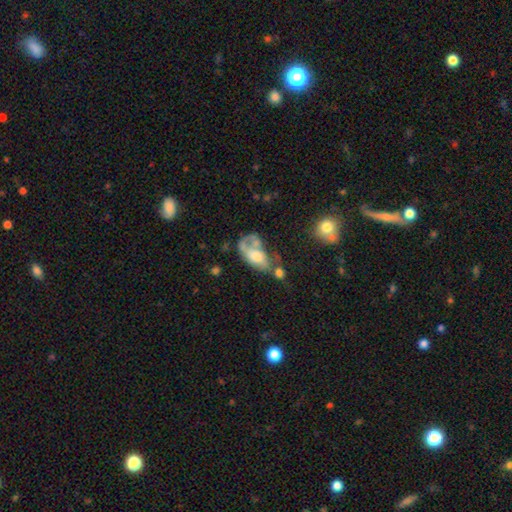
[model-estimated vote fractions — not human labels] smooth_or_featured: featured or disk (p=0.51) [alt: smooth p=0.41]
disk_edge_on: no (p=0.94) [alt: yes p=0.06]
merging: major disturbance (p=0.32) [alt: merger p=0.25]